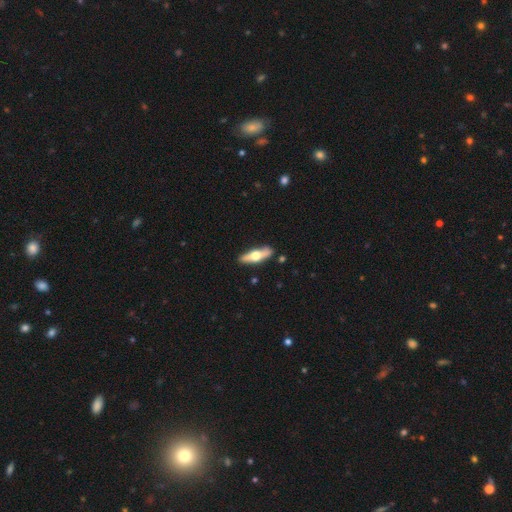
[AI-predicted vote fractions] Smooth or featured: featured or disk — 53% (smooth — 42%)
Edge-on disk: yes — 88% (no — 12%)
Merging: none — 84% (minor disturbance — 11%)